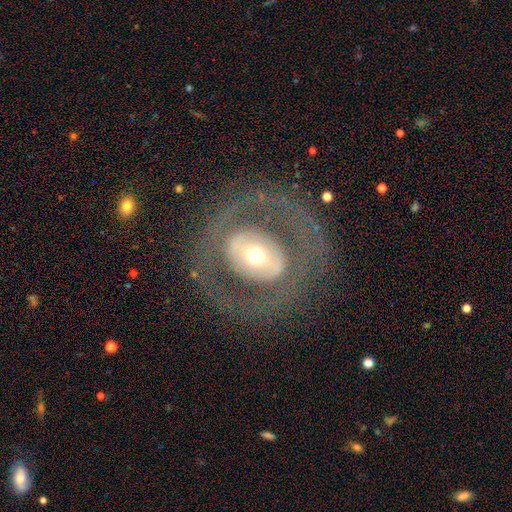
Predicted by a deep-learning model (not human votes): Overall: featured or disk (61%; smooth 32%). Edge-on disk: no (93%). Bar: no (67%). Spiral arms: no (74%). Bulge size: moderate (62%). Merging: none (74%).